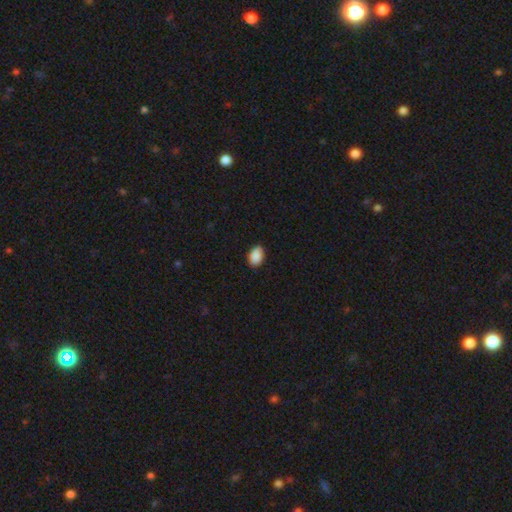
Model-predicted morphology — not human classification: Smooth or featured: smooth — 90% (star or artifact — 7%)
How rounded: in between — 88% (round — 11%)
Merging: none — 87% (minor disturbance — 10%)